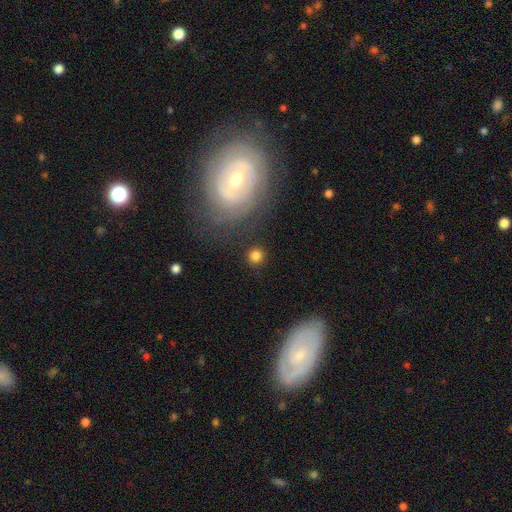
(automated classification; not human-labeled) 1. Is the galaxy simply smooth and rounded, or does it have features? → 81% smooth, 12% star or artifact, 7% featured or disk.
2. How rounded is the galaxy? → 93% round, 6% in between, 1% cigar-shaped.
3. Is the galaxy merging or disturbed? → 86% none, 7% minor disturbance, 4% merger, 3% major disturbance.